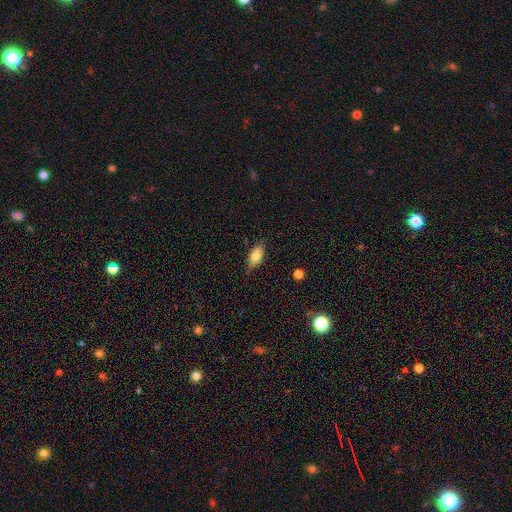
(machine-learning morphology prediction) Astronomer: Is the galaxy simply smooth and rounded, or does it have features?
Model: smooth — 72%.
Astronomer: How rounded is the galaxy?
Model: in between — 82%.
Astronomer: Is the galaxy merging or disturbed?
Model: none — 75%.